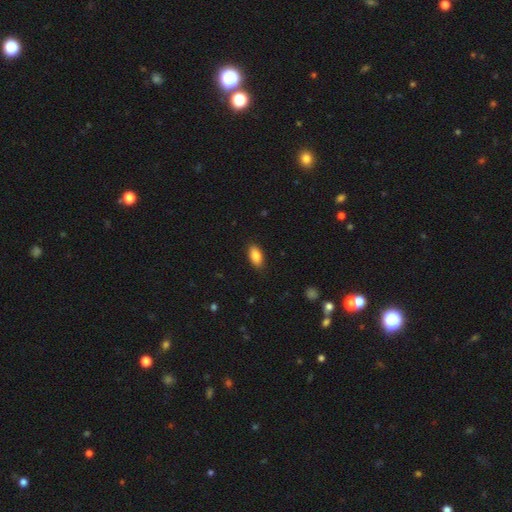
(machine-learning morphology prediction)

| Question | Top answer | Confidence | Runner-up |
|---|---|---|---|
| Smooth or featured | smooth | 86% | star or artifact (7%) |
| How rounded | in between | 91% | cigar-shaped (6%) |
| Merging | none | 87% | minor disturbance (10%) |